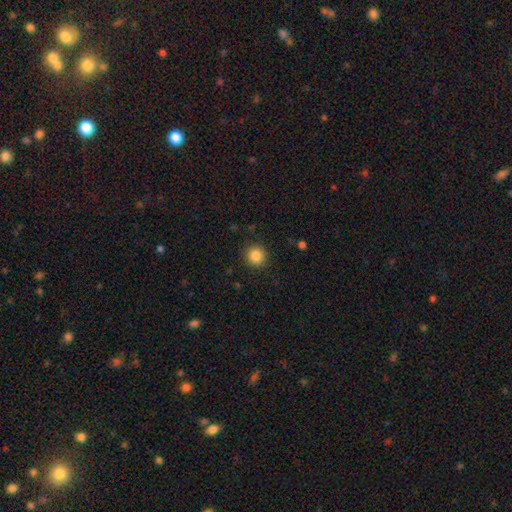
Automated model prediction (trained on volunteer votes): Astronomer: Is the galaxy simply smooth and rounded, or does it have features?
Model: smooth — 85%.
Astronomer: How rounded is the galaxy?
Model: round — 94%.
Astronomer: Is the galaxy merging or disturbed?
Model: none — 91%.